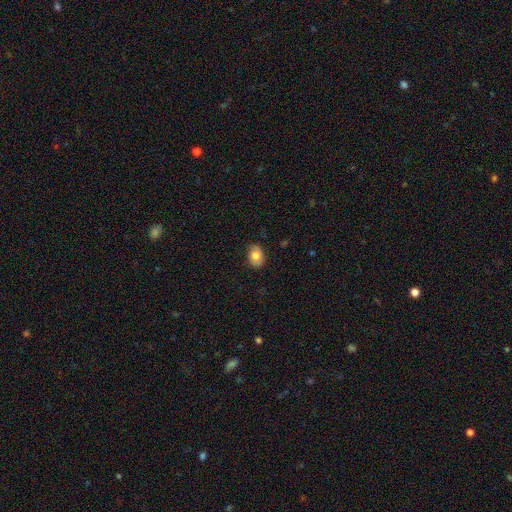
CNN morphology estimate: smooth-or-featured: smooth: 76% | featured or disk: 16% | star or artifact: 8%
  how-rounded: in between: 71% | round: 28% | cigar-shaped: 1%
  merging: none: 81% | minor disturbance: 15% | major disturbance: 3% | merger: 1%